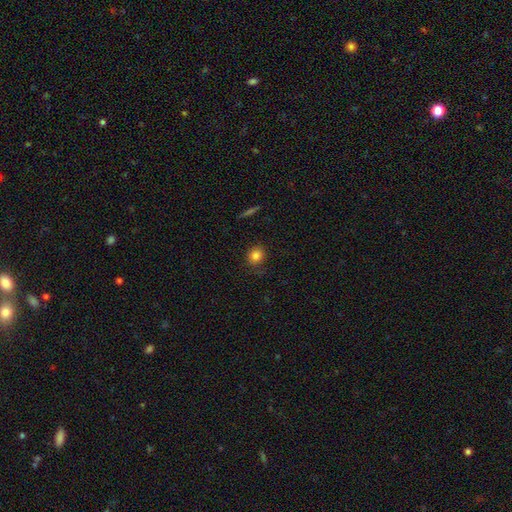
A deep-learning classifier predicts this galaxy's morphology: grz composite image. It shows a smooth galaxy with no disk features (82%) that is round (81%). Merging: none (82%).